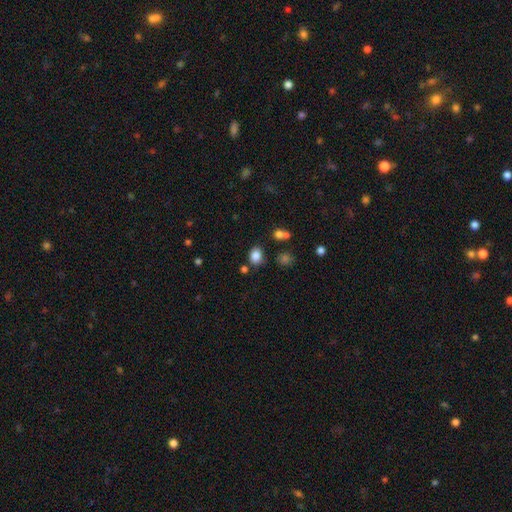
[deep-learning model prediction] The model was most divided on "how rounded": in between: 52%, round: 47%, cigar-shaped: 1%. More confident: smooth or featured — smooth (84%); merging — none (77%).